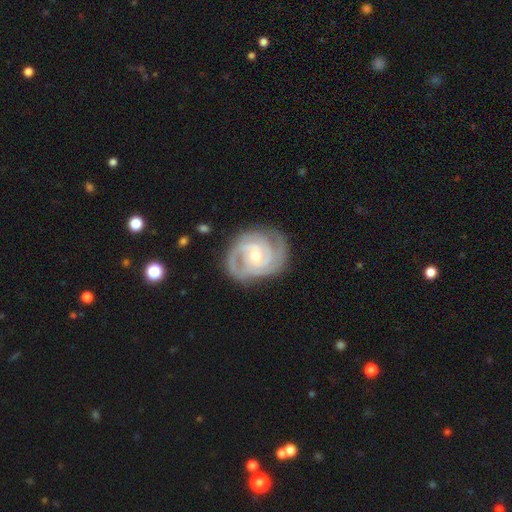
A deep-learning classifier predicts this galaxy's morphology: Overall: featured or disk (89%). Edge-on disk: no (98%). Bar: no (58%; weak 33%). Spiral arms: yes (97%). Spiral arm count: 3 (40%; 2 31%). Spiral winding: tight (63%; medium 32%). Bulge size: moderate (55%; small 42%). Merging: none (76%).